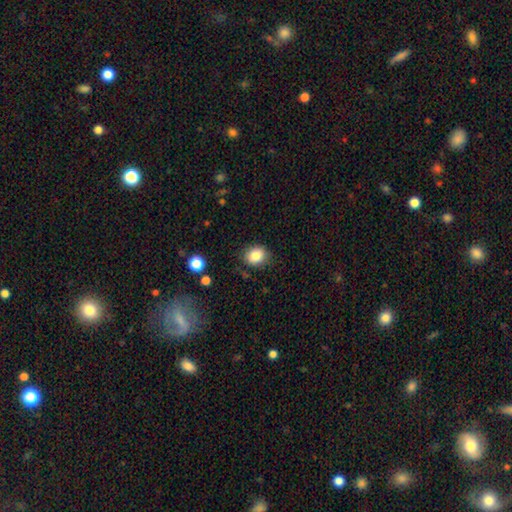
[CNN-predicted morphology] smooth-or-featured: smooth: 84% | star or artifact: 10% | featured or disk: 6%
  how-rounded: round: 57% | in between: 42% | cigar-shaped: 1%
  merging: none: 82% | minor disturbance: 13% | major disturbance: 3% | merger: 2%